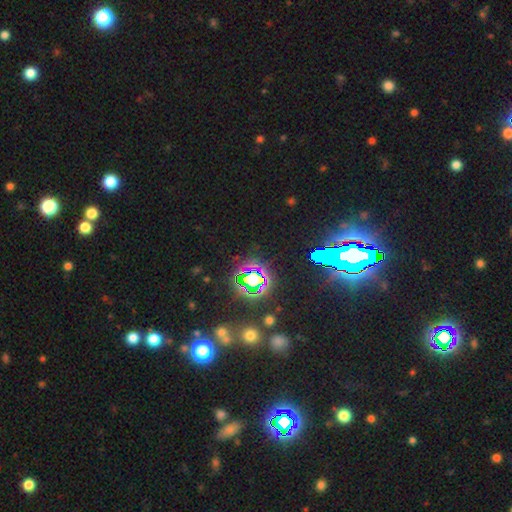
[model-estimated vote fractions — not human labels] The model was most divided on "smooth or featured": star or artifact: 81%, smooth: 11%, featured or disk: 8%.